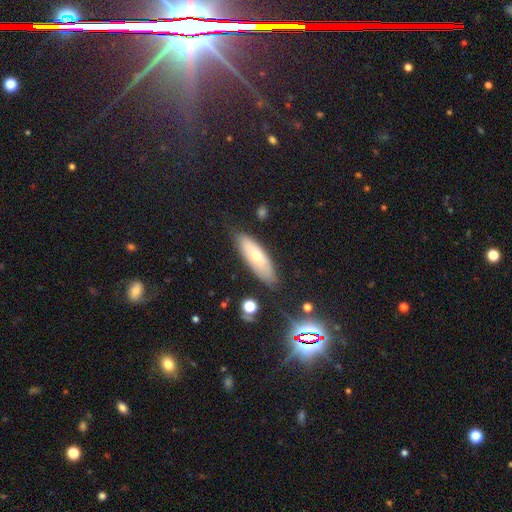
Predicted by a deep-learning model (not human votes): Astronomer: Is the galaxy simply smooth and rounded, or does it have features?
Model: smooth — 58% (runner-up: featured or disk, 34%).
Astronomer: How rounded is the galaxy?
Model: in between — 62%.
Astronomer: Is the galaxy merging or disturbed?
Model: none — 78%.